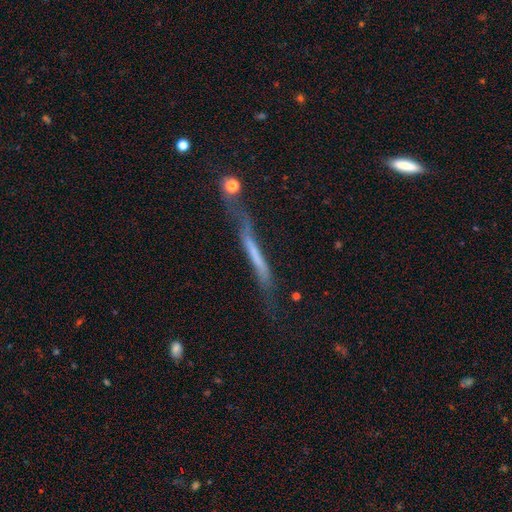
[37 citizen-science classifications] Overall: featured or disk (49%; smooth 46%). Edge-on disk: yes (78%). Edge-on bulge: none (71%). Merging: major disturbance (49%; merger 20%).